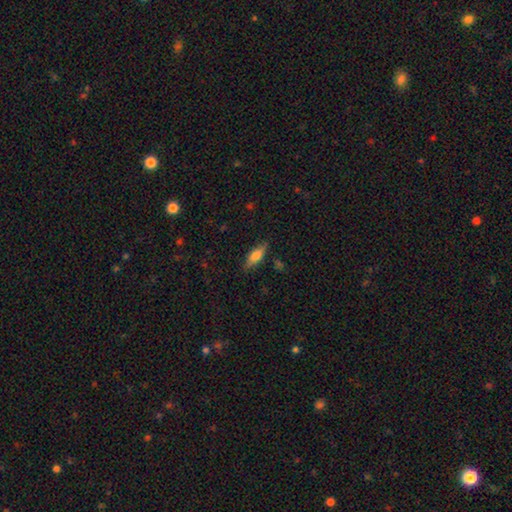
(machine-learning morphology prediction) smooth-or-featured: smooth: 68% | featured or disk: 25% | star or artifact: 7%
  how-rounded: in between: 60% | cigar-shaped: 38% | round: 3%
  merging: none: 81% | minor disturbance: 14% | major disturbance: 3% | merger: 2%